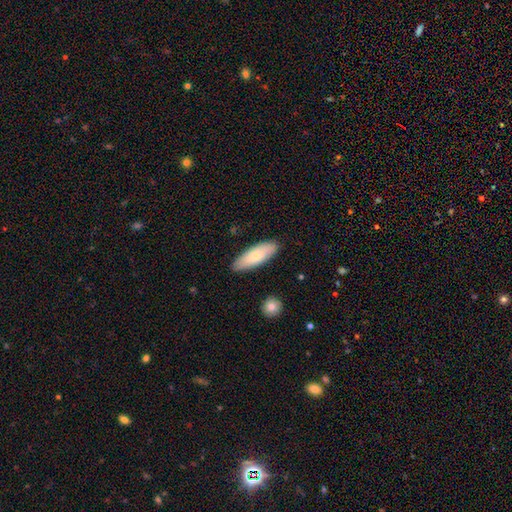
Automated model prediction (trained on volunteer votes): Overall: smooth (76%). How rounded: in between (62%; cigar-shaped 36%). Merging: none (86%).